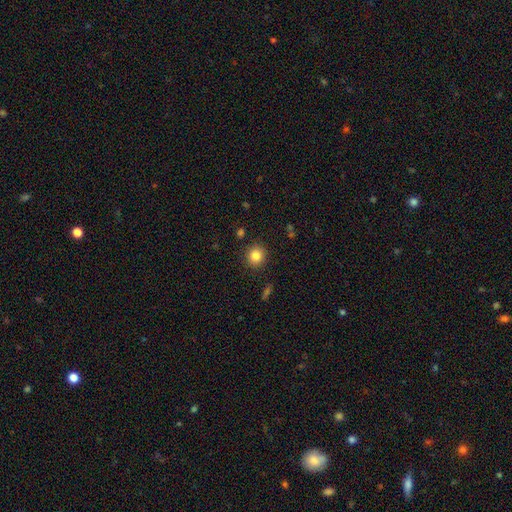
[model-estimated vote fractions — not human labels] A smooth galaxy with no disk features (84%) that is round (90%). Merging: none (90%).